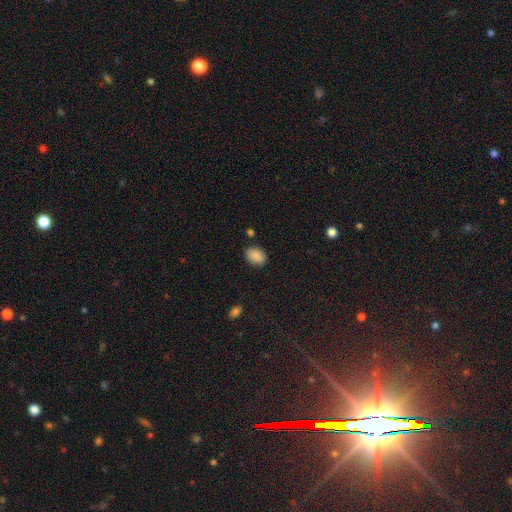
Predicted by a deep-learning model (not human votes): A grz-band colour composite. It shows a smooth galaxy with no disk features (89%) that is in between round and cigar-shaped (71%). Merging: none (83%).